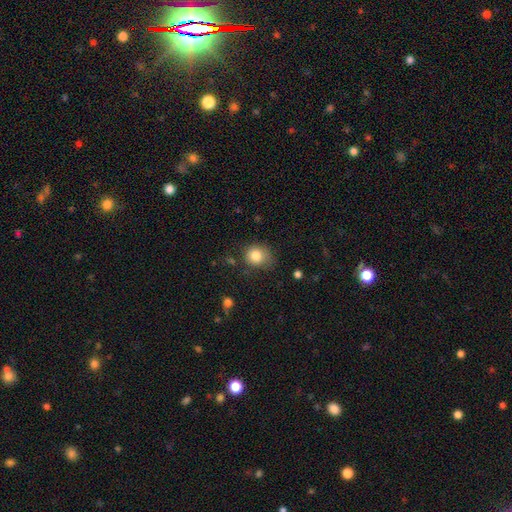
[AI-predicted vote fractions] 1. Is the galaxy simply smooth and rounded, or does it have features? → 82% smooth, 10% star or artifact, 8% featured or disk.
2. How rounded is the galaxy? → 76% round, 23% in between, 1% cigar-shaped.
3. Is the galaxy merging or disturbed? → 63% none, 26% minor disturbance, 8% major disturbance, 3% merger.